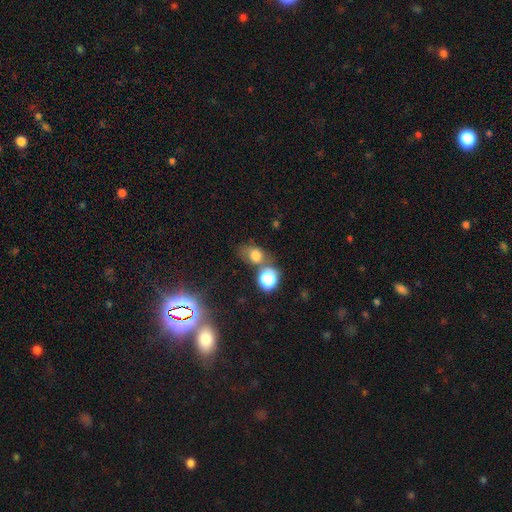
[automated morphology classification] smooth_or_featured: smooth (p=0.69) [alt: star or artifact p=0.20]
how_rounded: in between (p=0.54) [alt: round p=0.44]
merging: none (p=0.46) [alt: merger p=0.28]